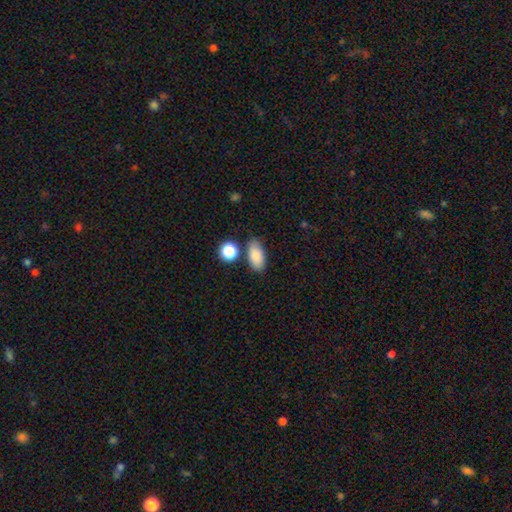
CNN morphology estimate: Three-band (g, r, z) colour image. It shows a smooth galaxy with no disk features (86%) that is in between round and cigar-shaped (89%). Merging: none (76%).